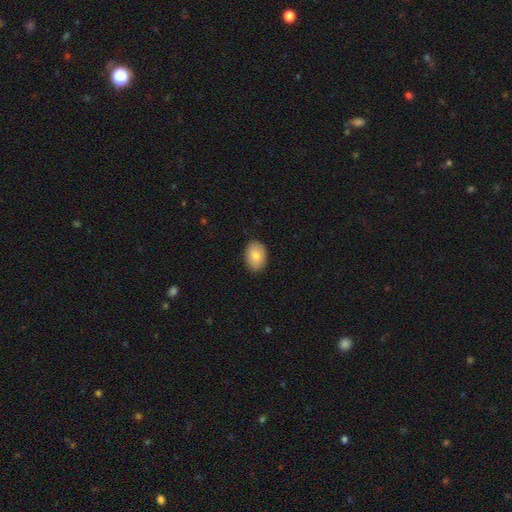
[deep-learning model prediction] Smooth or featured: smooth — 82% (featured or disk — 12%)
How rounded: in between — 82% (round — 17%)
Merging: none — 87% (minor disturbance — 10%)